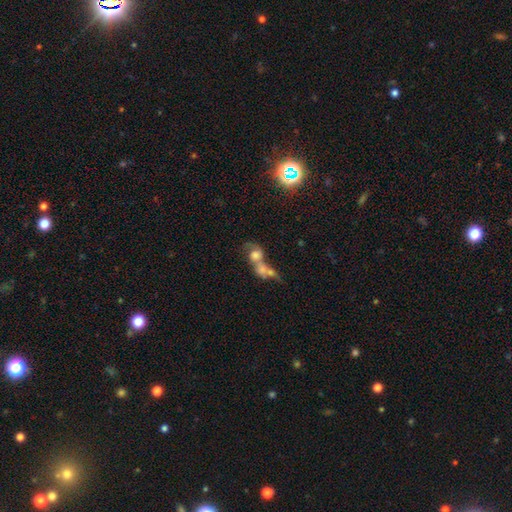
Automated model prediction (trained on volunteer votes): Smooth or featured: smooth — 49% (featured or disk — 36%)
Merging: merger — 72% (none — 12%)